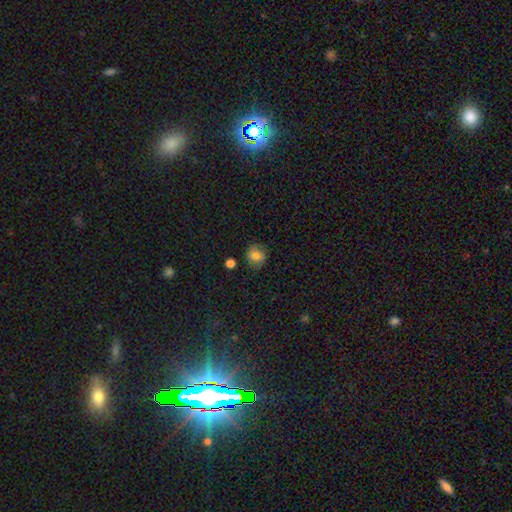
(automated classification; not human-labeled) Smooth or featured? smooth (74%)
How rounded? round (83%)
Merging? none (78%)